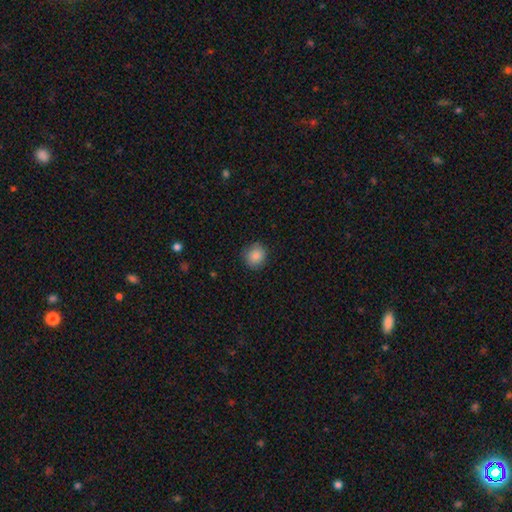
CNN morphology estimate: Smooth or featured? Predicted: smooth (p=0.86). How rounded? Predicted: round (p=0.82). Merging? Predicted: none (p=0.86).